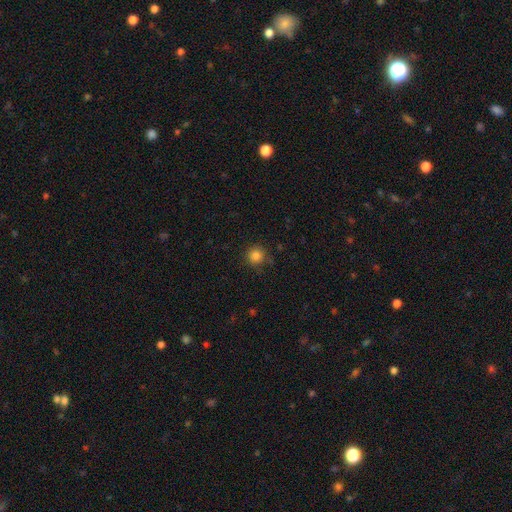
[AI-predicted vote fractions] Smooth or featured?
  - smooth: 84% *
  - star or artifact: 12%
  - featured or disk: 4%
How rounded?
  - round: 94% *
  - in between: 5%
  - cigar-shaped: 1%
Merging?
  - none: 86% *
  - minor disturbance: 10%
  - major disturbance: 3%
  - merger: 1%